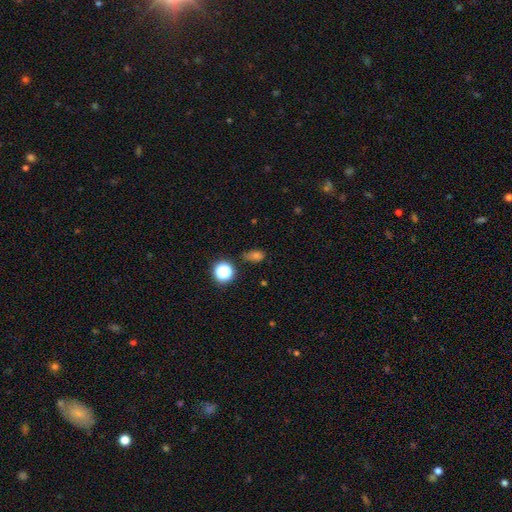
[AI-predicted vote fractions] smooth 56%, star or artifact 34%, featured or disk 10%. Down the decision tree: how rounded — in between (61%); merging — none (75%).